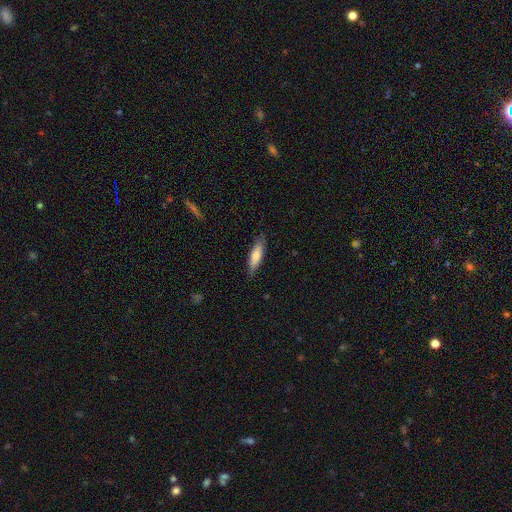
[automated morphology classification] The model was most divided on "how rounded": cigar-shaped: 65%, in between: 34%, round: 2%. More confident: merging — none (85%); smooth or featured — smooth (75%).